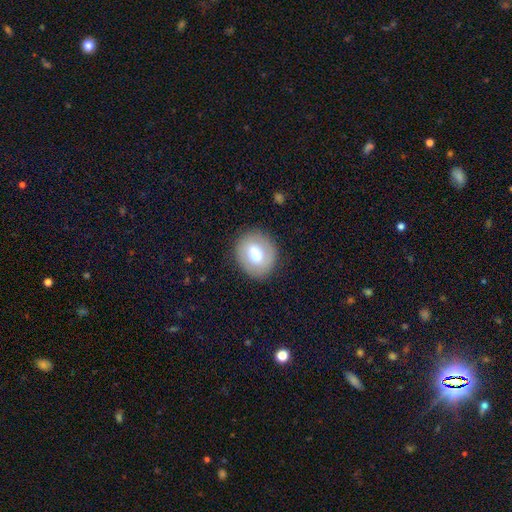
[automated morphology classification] Q: Smooth or featured?
A: smooth (63%); runner-up: featured or disk (29%)
Q: How rounded?
A: round (65%); runner-up: in between (34%)
Q: Merging?
A: none (83%); runner-up: minor disturbance (11%)